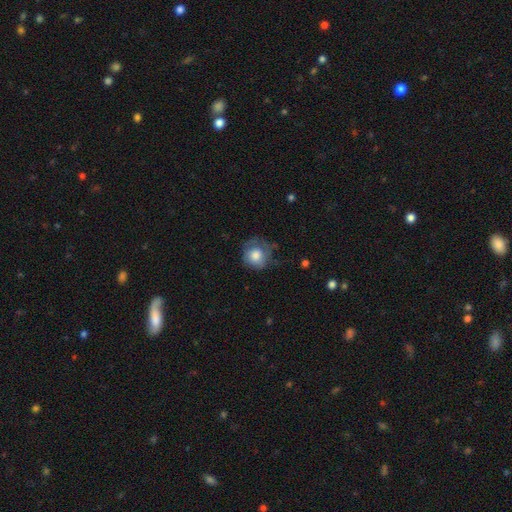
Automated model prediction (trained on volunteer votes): smooth_or_featured: smooth (p=0.75) [alt: featured or disk p=0.17]
how_rounded: round (p=0.87) [alt: in between p=0.12]
merging: none (p=0.52) [alt: minor disturbance p=0.29]